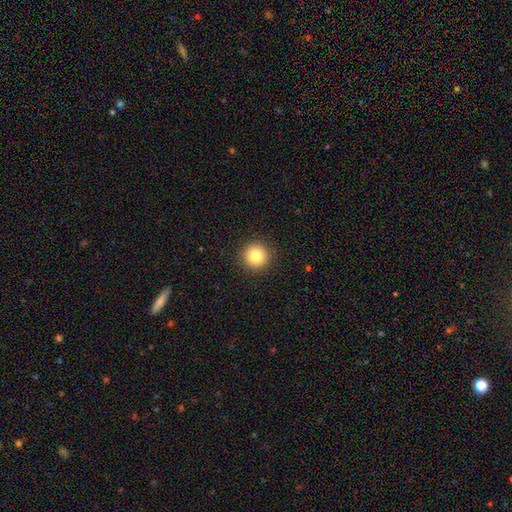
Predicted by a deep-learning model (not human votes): Q: Smooth or featured?
A: smooth (84%); runner-up: star or artifact (10%)
Q: How rounded?
A: round (95%); runner-up: in between (4%)
Q: Merging?
A: none (92%); runner-up: minor disturbance (5%)